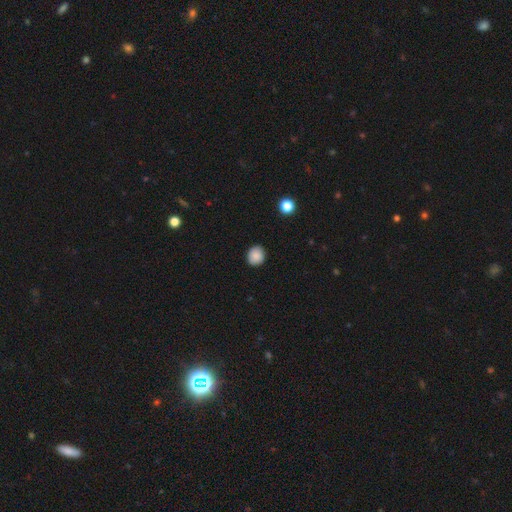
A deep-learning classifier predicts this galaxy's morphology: Smooth or featured?
  - smooth: 88% *
  - star or artifact: 9%
  - featured or disk: 3%
How rounded?
  - round: 77% *
  - in between: 22%
  - cigar-shaped: 1%
Merging?
  - none: 89% *
  - minor disturbance: 8%
  - major disturbance: 2%
  - merger: 1%